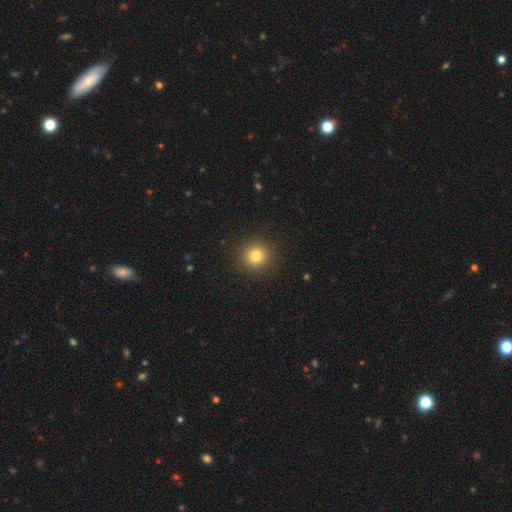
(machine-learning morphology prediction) Smooth or featured? smooth (80%)
How rounded? round (94%)
Merging? none (92%)